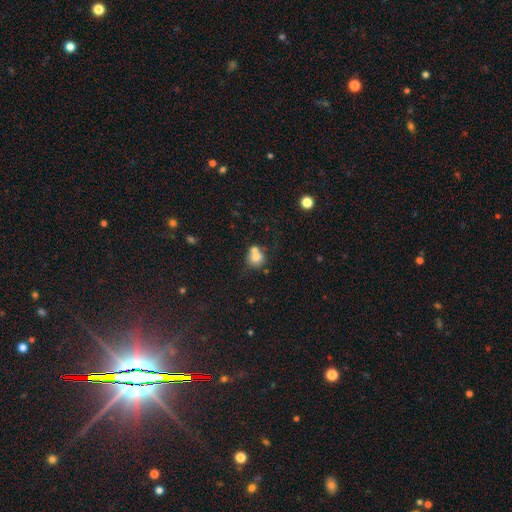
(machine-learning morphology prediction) Smooth or featured? smooth (75%)
How rounded? round (78%)
Merging? merger (46%)